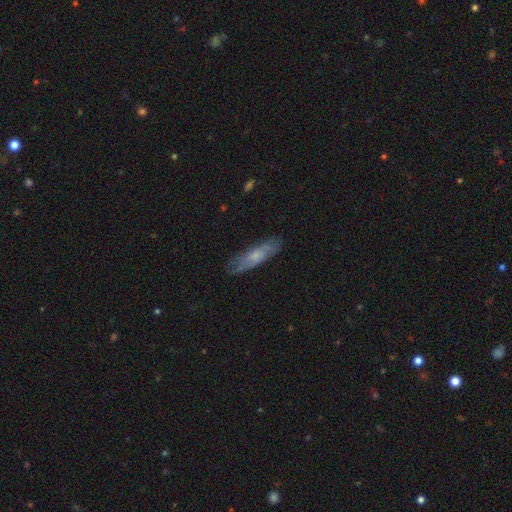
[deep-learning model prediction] smooth 48%, featured or disk 45%, star or artifact 7%. Down the decision tree: merging — none (77%).